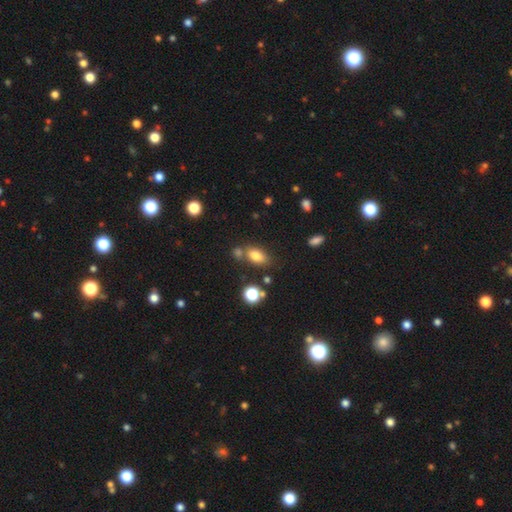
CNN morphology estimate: This appears to be a smooth galaxy with no disk features (79%) that is in between round and cigar-shaped (83%). Merging: none (62%).